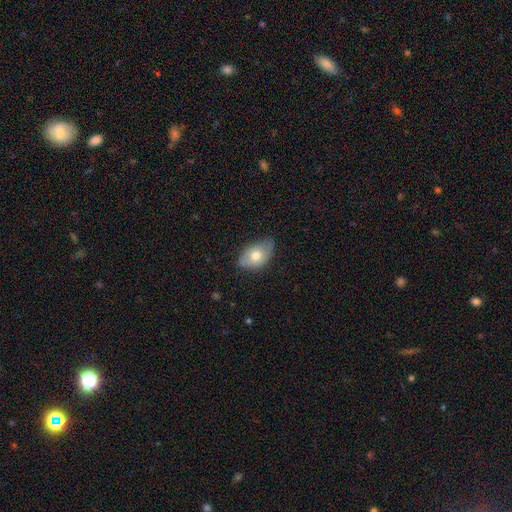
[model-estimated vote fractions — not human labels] Overall: smooth (67%). How rounded: in between (90%). Merging: none (60%; minor disturbance 33%).